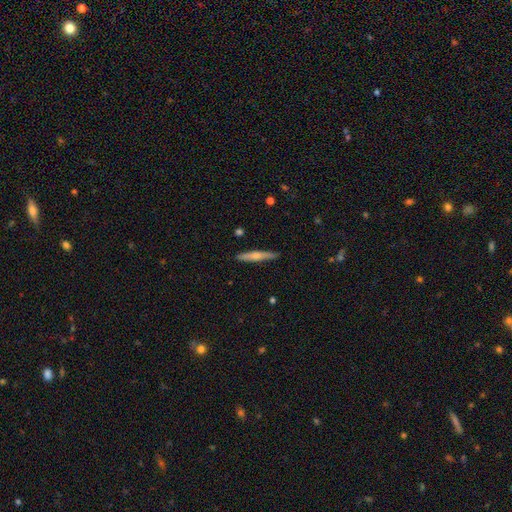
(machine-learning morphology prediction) The model was most divided on "smooth or featured": smooth: 54%, featured or disk: 40%, star or artifact: 6%. More confident: how rounded — cigar-shaped (93%); merging — none (89%).